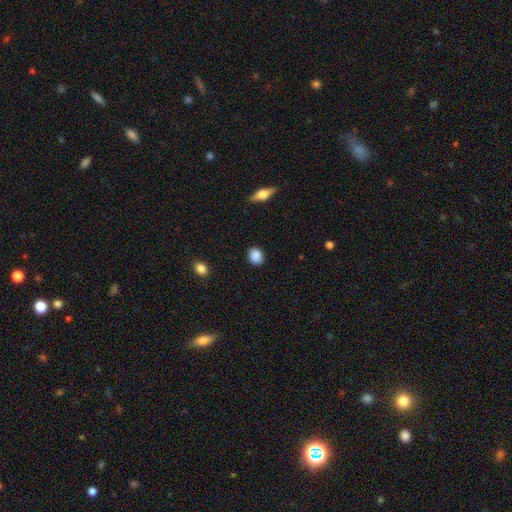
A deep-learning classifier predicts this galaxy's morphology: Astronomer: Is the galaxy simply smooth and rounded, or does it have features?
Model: smooth — 89%.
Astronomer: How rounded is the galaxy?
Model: round — 61% (runner-up: in between, 37%).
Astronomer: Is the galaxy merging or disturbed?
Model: none — 89%.